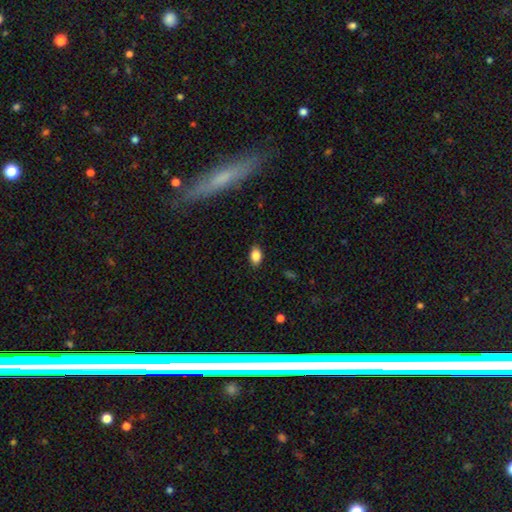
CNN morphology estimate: Smooth or featured: smooth — 85% (star or artifact — 9%)
How rounded: in between — 86% (round — 12%)
Merging: none — 87% (minor disturbance — 10%)